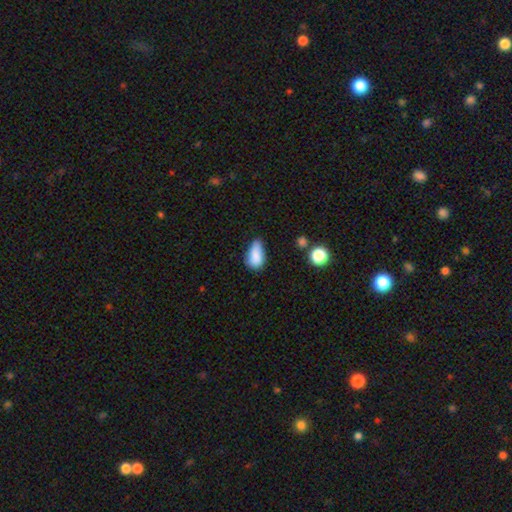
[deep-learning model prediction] Q: Smooth or featured?
A: smooth (84%); runner-up: star or artifact (9%)
Q: How rounded?
A: in between (88%); runner-up: cigar-shaped (6%)
Q: Merging?
A: minor disturbance (44%); runner-up: none (40%)